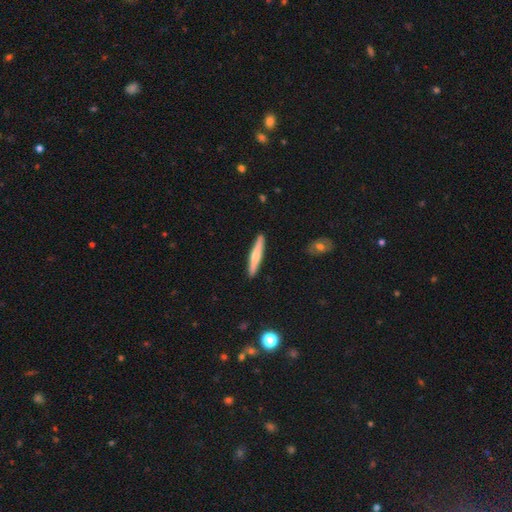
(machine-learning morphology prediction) Smooth or featured? smooth (59%)
How rounded? cigar-shaped (93%)
Merging? none (91%)